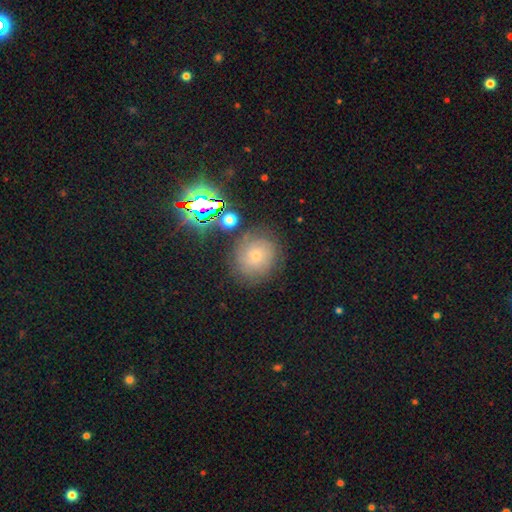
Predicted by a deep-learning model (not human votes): The model was most divided on "smooth or featured": smooth: 55%, featured or disk: 27%, star or artifact: 18%. More confident: how rounded — round (83%); merging — none (74%).